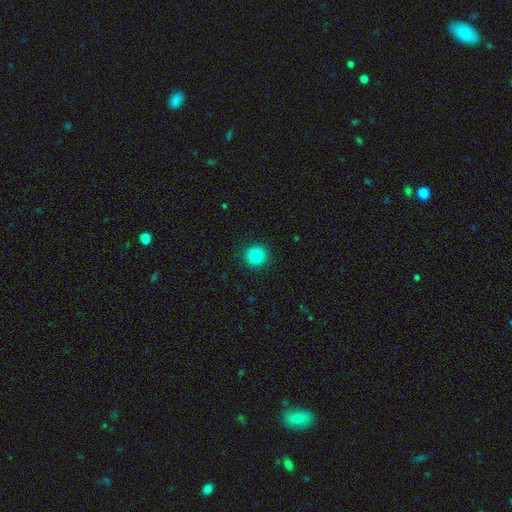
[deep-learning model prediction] Smooth or featured? Predicted: smooth (p=0.86). How rounded? Predicted: round (p=0.93). Merging? Predicted: none (p=0.91).